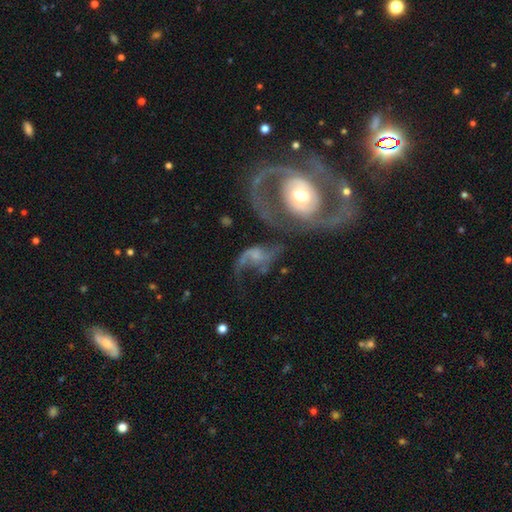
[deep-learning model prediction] featured or disk 76%, smooth 15%, star or artifact 9%. Down the decision tree: edge-on disk — no (97%); bar — no (55%); spiral arms — yes (85%); spiral arm count — 2 (81%); spiral winding — loose (74%); bulge size — small (38%); merging — major disturbance (32%).